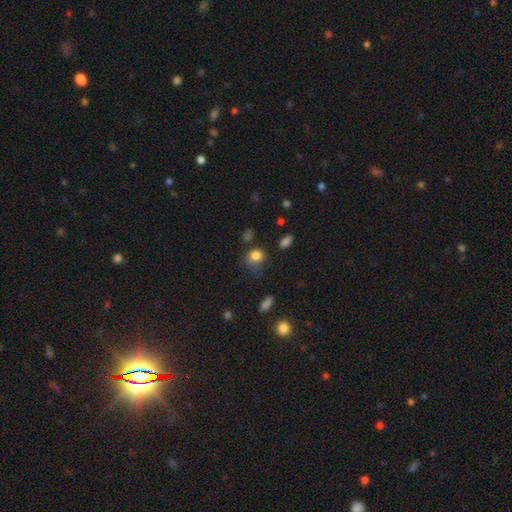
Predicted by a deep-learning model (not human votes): The model was most divided on "merging": none: 43%, minor disturbance: 33%, major disturbance: 20%, merger: 4%. More confident: smooth or featured — smooth (81%); how rounded — round (59%).